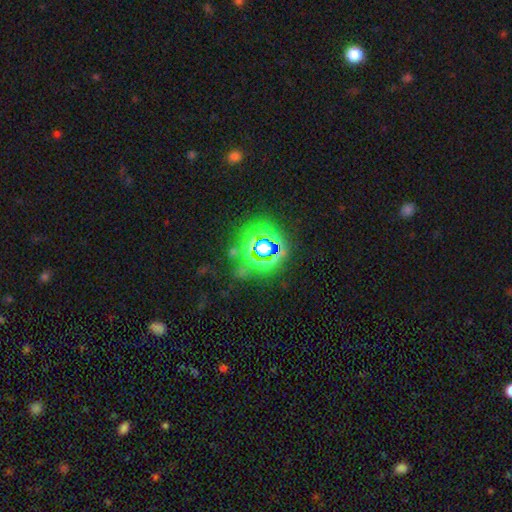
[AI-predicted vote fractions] The model was most divided on "smooth or featured": star or artifact: 79%, smooth: 14%, featured or disk: 7%.